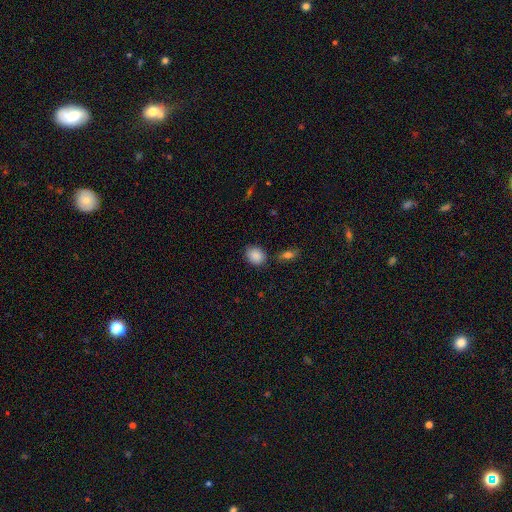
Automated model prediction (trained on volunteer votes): Smooth or featured: smooth — 88% (star or artifact — 8%)
How rounded: in between — 52% (round — 47%)
Merging: none — 80% (minor disturbance — 13%)